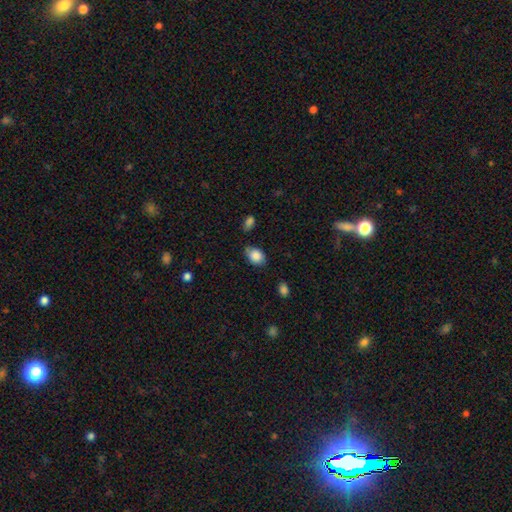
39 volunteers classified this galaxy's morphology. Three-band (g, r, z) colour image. It shows a smooth galaxy with no disk features (85%) that is in between round and cigar-shaped (67%). Merging: none (64%).